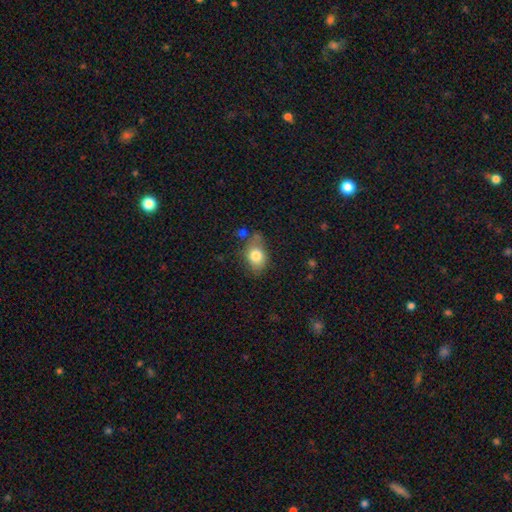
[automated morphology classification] smooth_or_featured: smooth (p=0.80) [alt: featured or disk p=0.12]
how_rounded: in between (p=0.66) [alt: round p=0.32]
merging: none (p=0.62) [alt: minor disturbance p=0.24]